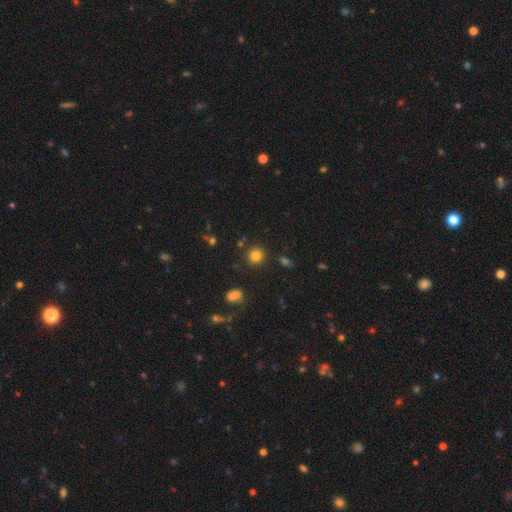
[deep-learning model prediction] Smooth or featured? Predicted: smooth (p=0.80). How rounded? Predicted: round (p=0.88). Merging? Predicted: none (p=0.85).